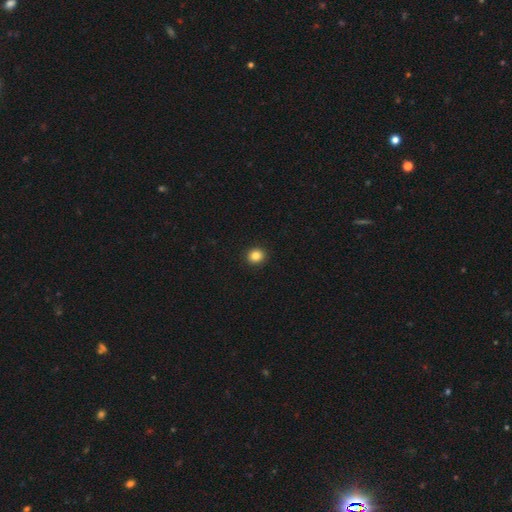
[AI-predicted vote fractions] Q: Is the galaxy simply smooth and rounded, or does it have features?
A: smooth — 85%.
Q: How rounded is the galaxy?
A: round — 84%.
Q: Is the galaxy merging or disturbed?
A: none — 93%.